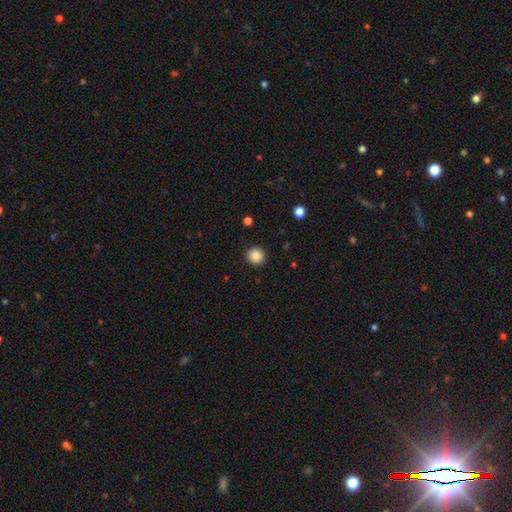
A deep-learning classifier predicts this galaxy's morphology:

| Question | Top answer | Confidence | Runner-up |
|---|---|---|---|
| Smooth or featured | smooth | 87% | star or artifact (10%) |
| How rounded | round | 94% | in between (5%) |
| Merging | none | 92% | minor disturbance (5%) |